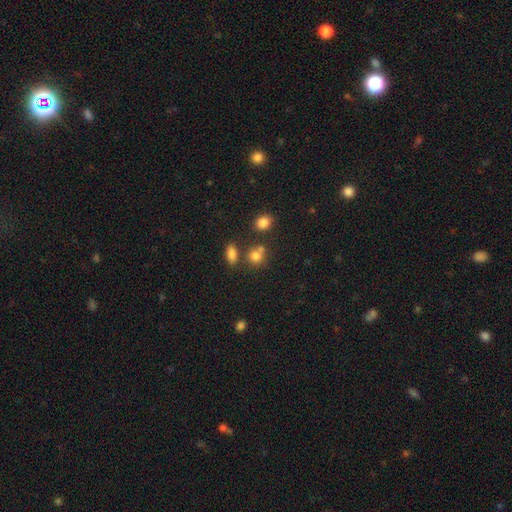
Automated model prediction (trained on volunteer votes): Smooth or featured?
  - smooth: 78% *
  - star or artifact: 14%
  - featured or disk: 8%
How rounded?
  - round: 76% *
  - in between: 23%
  - cigar-shaped: 1%
Merging?
  - none: 59% *
  - merger: 25%
  - minor disturbance: 11%
  - major disturbance: 5%